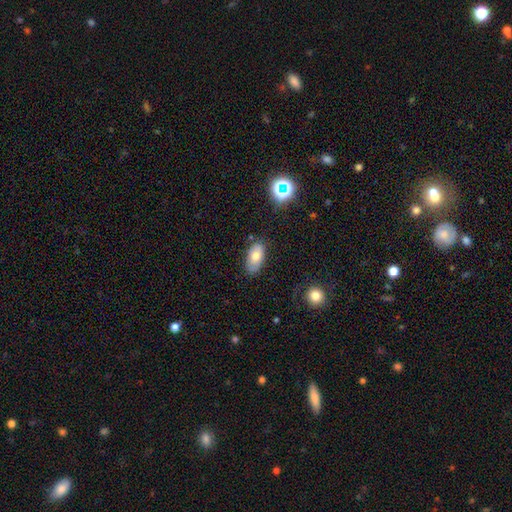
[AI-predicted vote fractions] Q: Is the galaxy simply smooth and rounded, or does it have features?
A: smooth — 70%.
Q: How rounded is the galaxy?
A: in between — 93%.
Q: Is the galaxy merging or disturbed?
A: none — 76%.